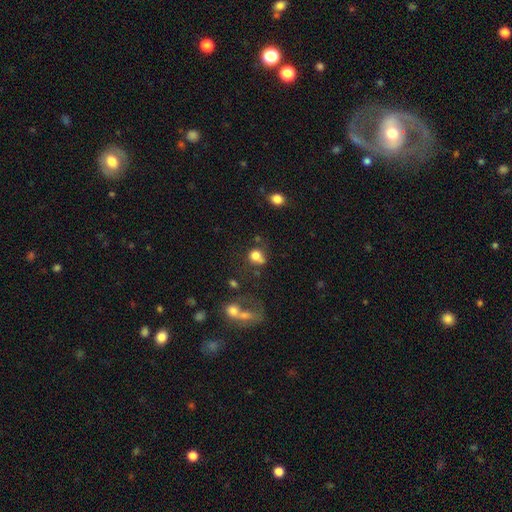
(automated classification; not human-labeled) Smooth or featured: smooth — 77% (star or artifact — 13%)
How rounded: round — 74% (in between — 25%)
Merging: none — 47% (merger — 22%)